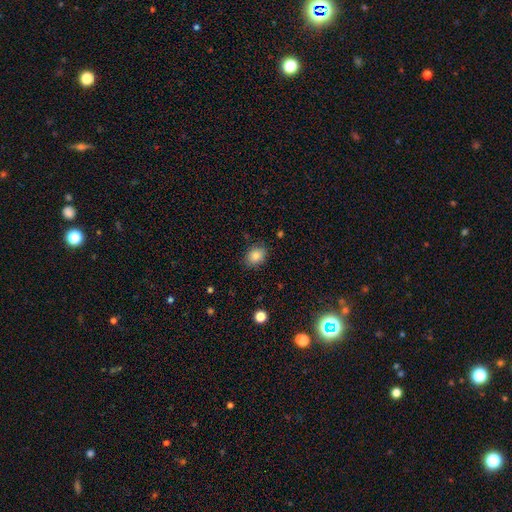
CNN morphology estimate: smooth-or-featured: smooth: 85% | star or artifact: 10% | featured or disk: 6%
  how-rounded: in between: 61% | round: 38% | cigar-shaped: 1%
  merging: none: 84% | minor disturbance: 12% | major disturbance: 3% | merger: 1%